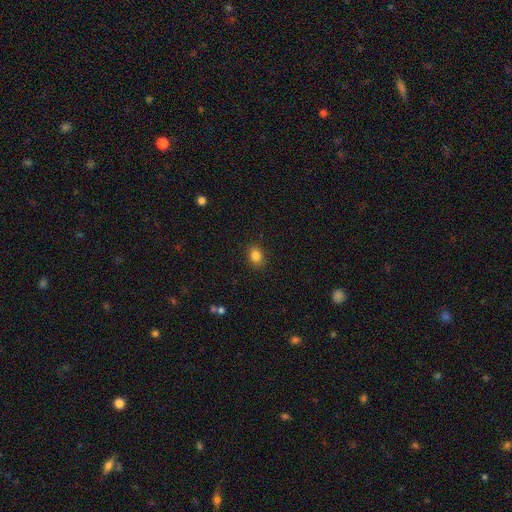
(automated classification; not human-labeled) Smooth or featured? smooth (84%)
How rounded? in between (63%)
Merging? none (89%)